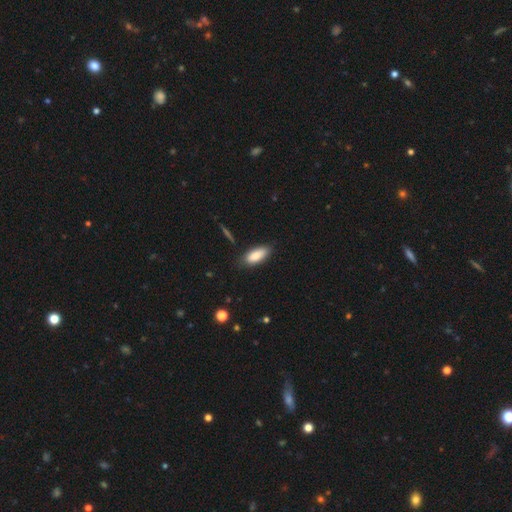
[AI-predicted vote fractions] smooth_or_featured: smooth (p=0.85) [alt: featured or disk p=0.09]
how_rounded: in between (p=0.82) [alt: cigar-shaped p=0.16]
merging: none (p=0.80) [alt: minor disturbance p=0.15]